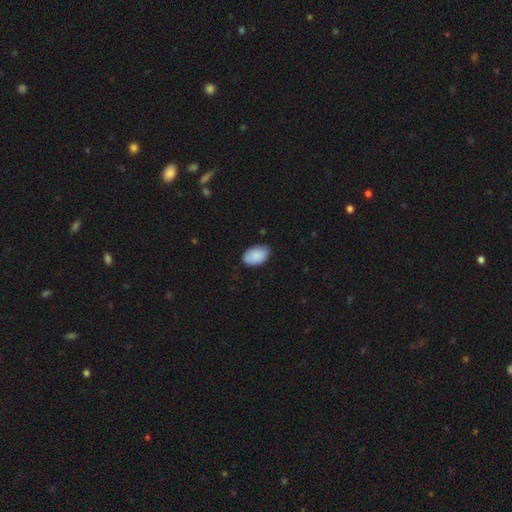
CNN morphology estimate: A smooth galaxy with no disk features (88%) that is in between round and cigar-shaped (91%). Merging: none (80%).